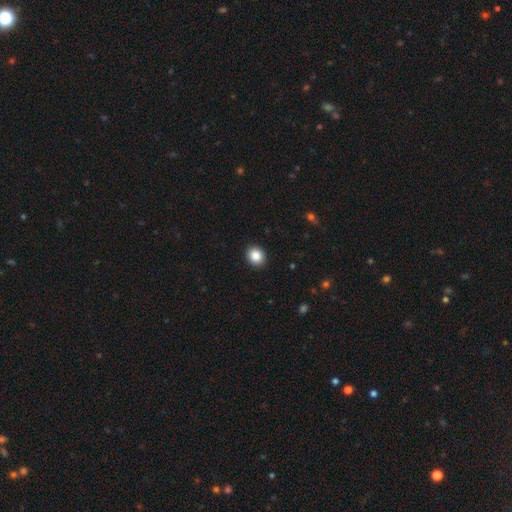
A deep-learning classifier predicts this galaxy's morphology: Smooth or featured? smooth (86%)
How rounded? round (79%)
Merging? none (92%)